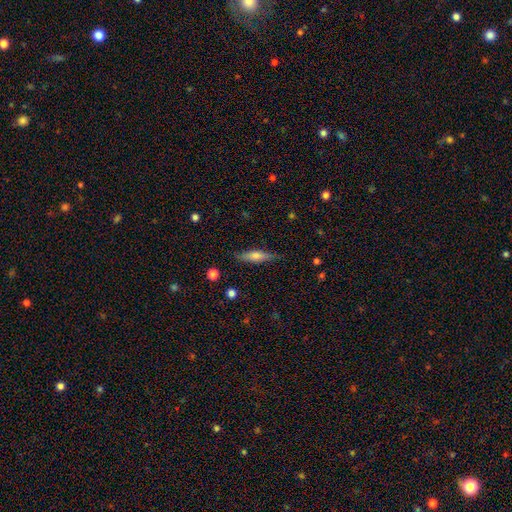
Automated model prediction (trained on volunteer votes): Smooth or featured? smooth (54%)
How rounded? cigar-shaped (77%)
Merging? none (85%)